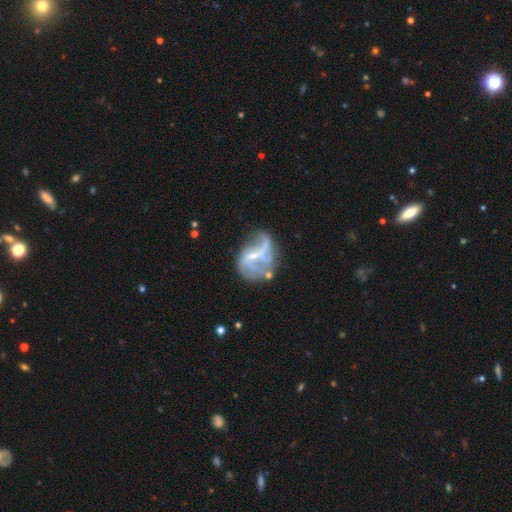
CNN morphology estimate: The model was most divided on "merging": none: 38%, major disturbance: 31%, minor disturbance: 22%, merger: 9%. Remaining: edge-on disk — no (98%); spiral arms — yes (78%); smooth or featured — featured or disk (78%); spiral winding — loose (72%); bulge size — small (58%); spiral arm count — 2 (52%); bar — weak (47%).